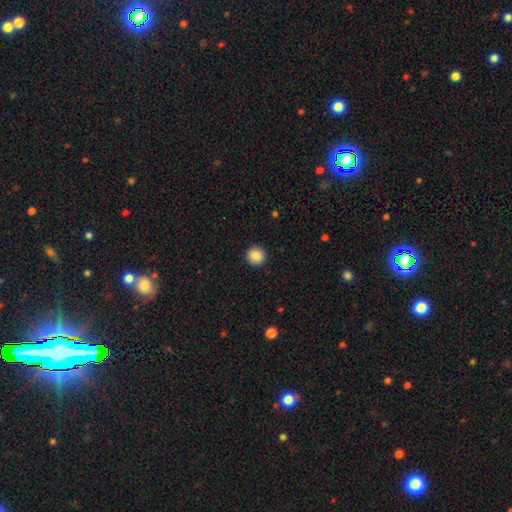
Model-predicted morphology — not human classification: A smooth galaxy with no disk features (88%) that is round (93%). Merging: none (92%).